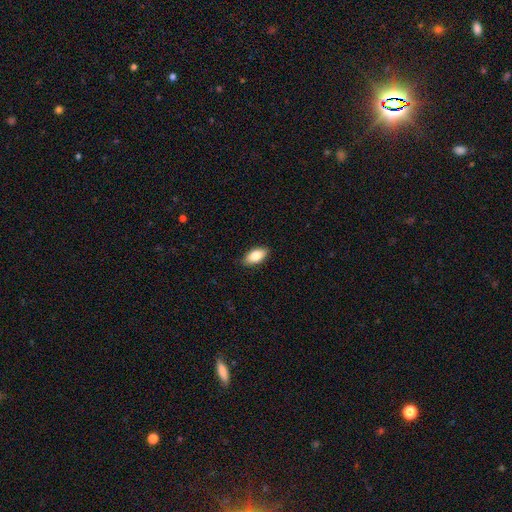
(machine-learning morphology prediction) The model was most divided on "smooth or featured": smooth: 83%, featured or disk: 10%, star or artifact: 7%. More confident: how rounded — in between (90%); merging — none (88%).